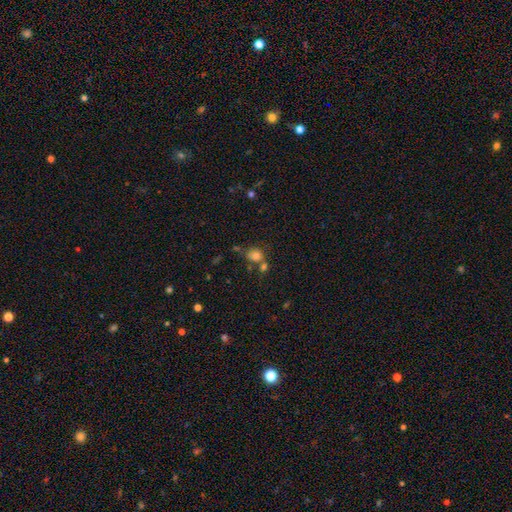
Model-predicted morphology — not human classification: Q: Smooth or featured?
A: smooth (77%); runner-up: star or artifact (14%)
Q: How rounded?
A: round (66%); runner-up: in between (33%)
Q: Merging?
A: none (54%); runner-up: merger (27%)